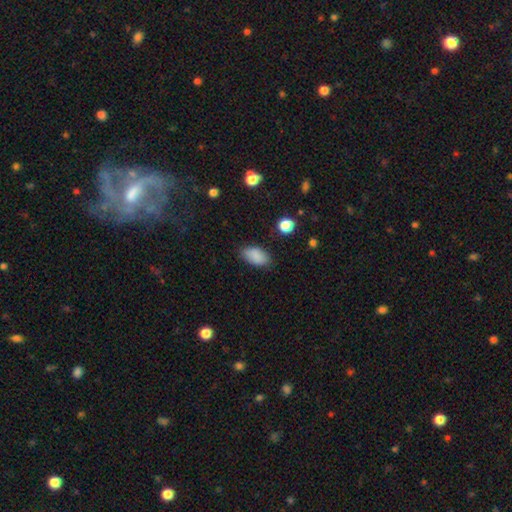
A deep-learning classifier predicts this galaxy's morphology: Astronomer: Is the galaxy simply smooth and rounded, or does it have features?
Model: smooth — 87%.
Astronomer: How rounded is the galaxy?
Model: in between — 92%.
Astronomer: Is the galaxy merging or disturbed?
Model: none — 80%.